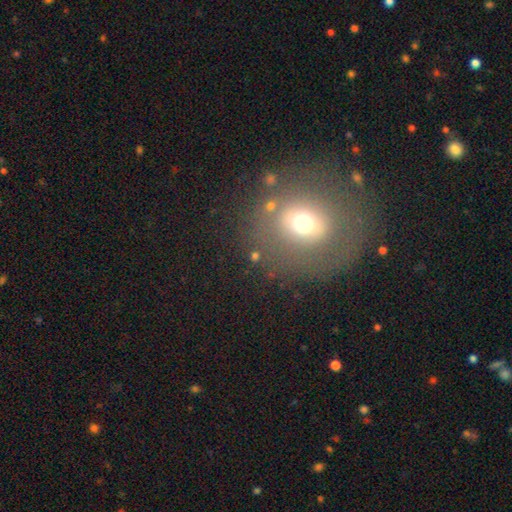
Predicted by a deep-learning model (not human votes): Smooth or featured?
  - smooth: 58% *
  - star or artifact: 21%
  - featured or disk: 21%
How rounded?
  - round: 75% *
  - in between: 23%
  - cigar-shaped: 2%
Merging?
  - none: 72% *
  - minor disturbance: 13%
  - major disturbance: 9%
  - merger: 6%